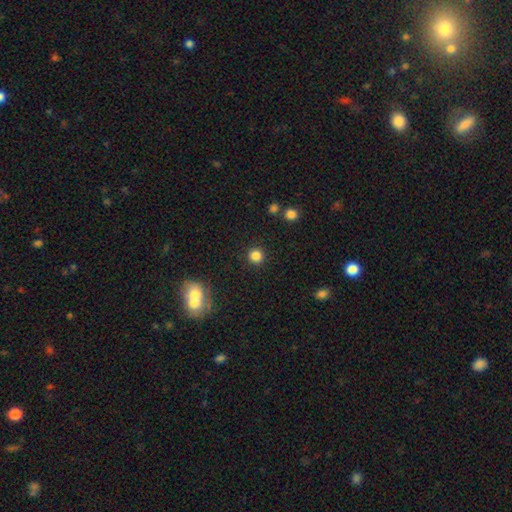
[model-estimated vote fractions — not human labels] smooth 83%, star or artifact 13%, featured or disk 4%. Down the decision tree: how rounded — round (93%); merging — none (90%).